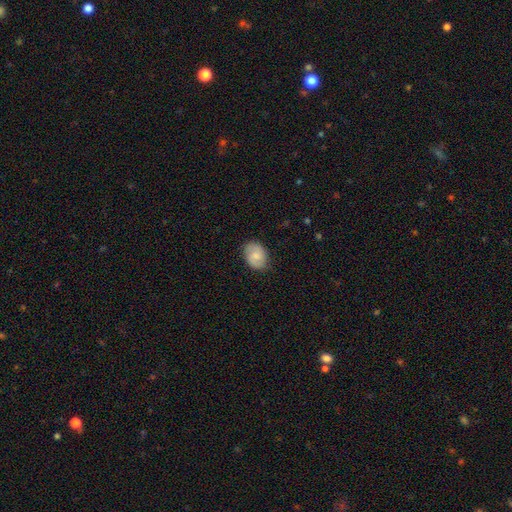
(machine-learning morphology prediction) A smooth galaxy with no disk features (63%) that is in between round and cigar-shaped (69%). Merging: none (81%).